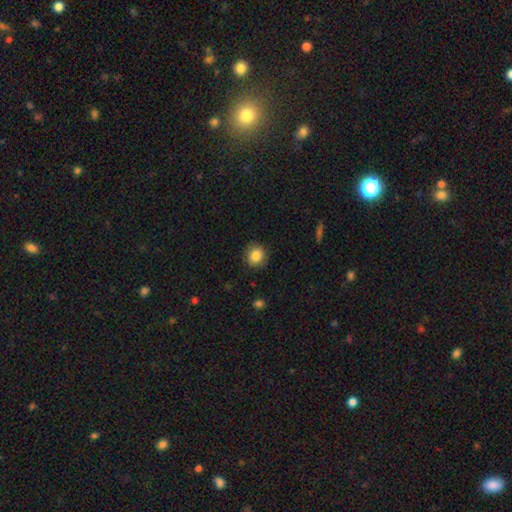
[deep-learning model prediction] A smooth galaxy with no disk features (84%) that is round (85%).

Vote fractions:
- Smooth or featured? smooth: 84% / star or artifact: 10% / featured or disk: 6%
- How rounded? round: 85% / in between: 14% / cigar-shaped: 1%
- Merging? none: 87% / minor disturbance: 9% / major disturbance: 2% / merger: 1%